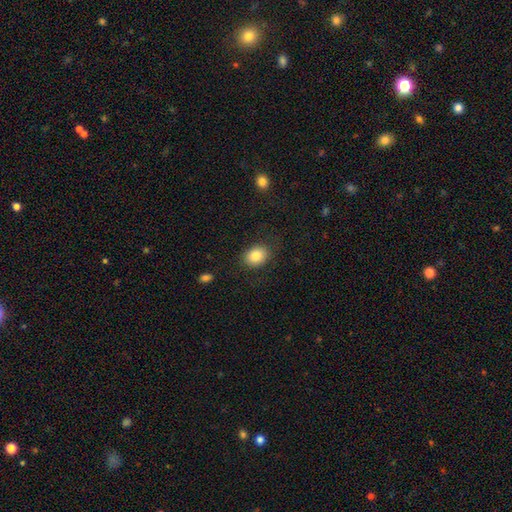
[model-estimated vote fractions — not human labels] Smooth or featured? smooth (84%)
How rounded? in between (64%)
Merging? none (84%)